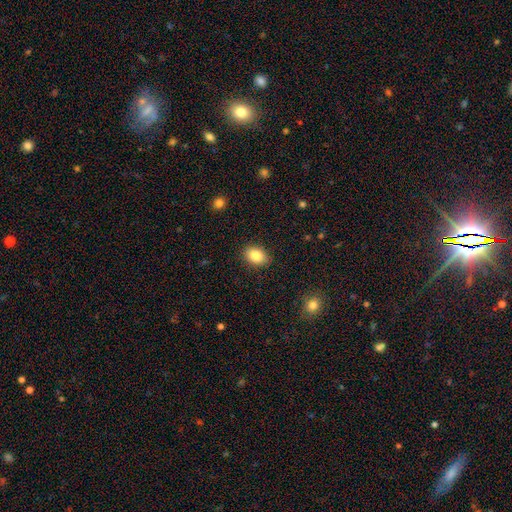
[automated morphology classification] A smooth galaxy with no disk features (86%) that is in between round and cigar-shaped (81%).

Vote fractions:
- Smooth or featured? smooth: 86% / star or artifact: 8% / featured or disk: 6%
- How rounded? in between: 81% / round: 18% / cigar-shaped: 1%
- Merging? none: 88% / minor disturbance: 9% / major disturbance: 2% / merger: 1%